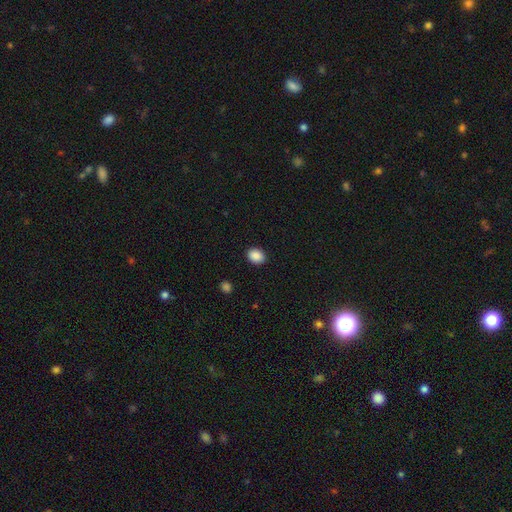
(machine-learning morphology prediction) Overall: smooth (89%). How rounded: in between (60%; round 39%). Merging: none (90%).